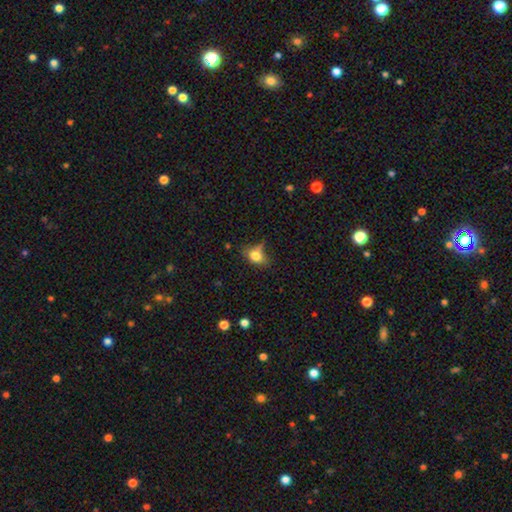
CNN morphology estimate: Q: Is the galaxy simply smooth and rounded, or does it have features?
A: smooth — 74%.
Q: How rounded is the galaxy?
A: in between — 66%.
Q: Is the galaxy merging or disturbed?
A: none — 45%.